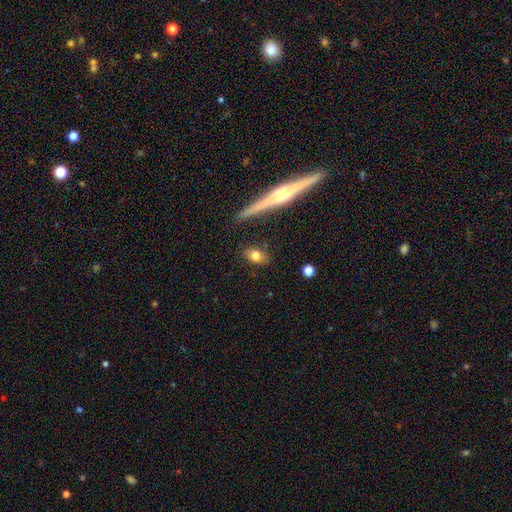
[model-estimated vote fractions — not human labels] A smooth galaxy with no disk features (76%) that is in between round and cigar-shaped (75%). Merging: none (85%).